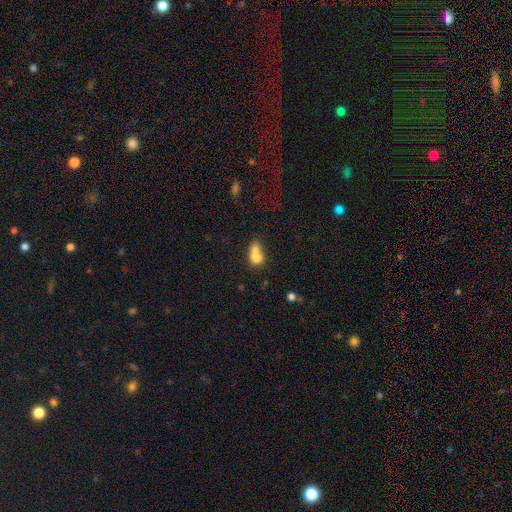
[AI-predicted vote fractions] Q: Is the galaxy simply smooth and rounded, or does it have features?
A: smooth — 72%.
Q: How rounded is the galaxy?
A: in between — 61%.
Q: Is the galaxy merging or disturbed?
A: merger — 62%.